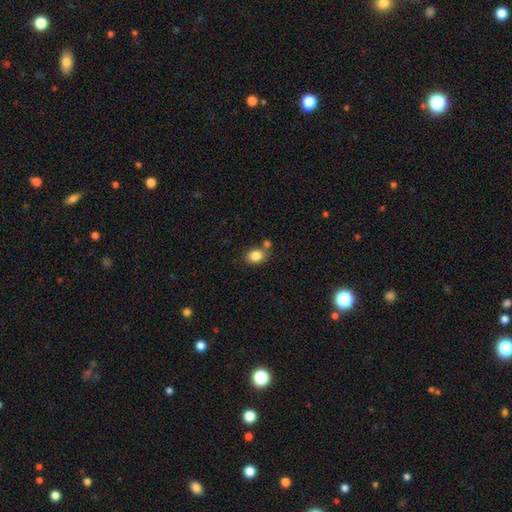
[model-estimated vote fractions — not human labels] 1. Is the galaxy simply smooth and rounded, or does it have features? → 84% smooth, 9% star or artifact, 7% featured or disk.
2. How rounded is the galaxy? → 51% in between, 48% round, 1% cigar-shaped.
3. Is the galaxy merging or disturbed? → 62% none, 21% merger, 13% minor disturbance, 4% major disturbance.